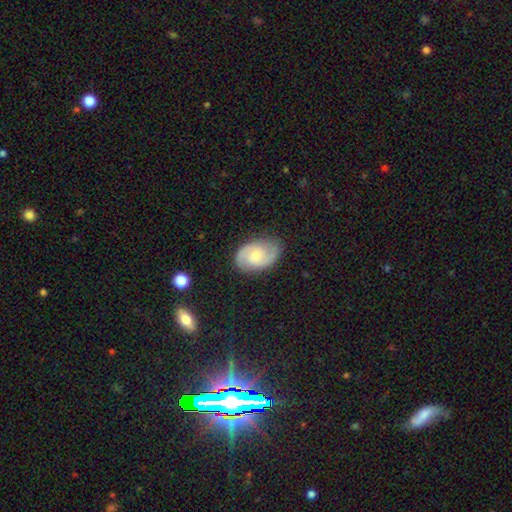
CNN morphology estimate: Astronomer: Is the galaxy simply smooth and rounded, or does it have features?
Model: featured or disk — 73%.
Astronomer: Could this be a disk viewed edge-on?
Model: no — 97%.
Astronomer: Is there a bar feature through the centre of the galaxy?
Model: no — 59% (runner-up: weak, 36%).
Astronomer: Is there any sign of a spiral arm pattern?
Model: yes — 94%.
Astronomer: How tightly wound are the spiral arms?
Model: medium — 52% (runner-up: tight, 30%).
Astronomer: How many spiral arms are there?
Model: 2 — 89%.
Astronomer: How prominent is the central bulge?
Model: small — 47% (runner-up: moderate, 44%).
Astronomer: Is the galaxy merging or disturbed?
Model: none — 79%.